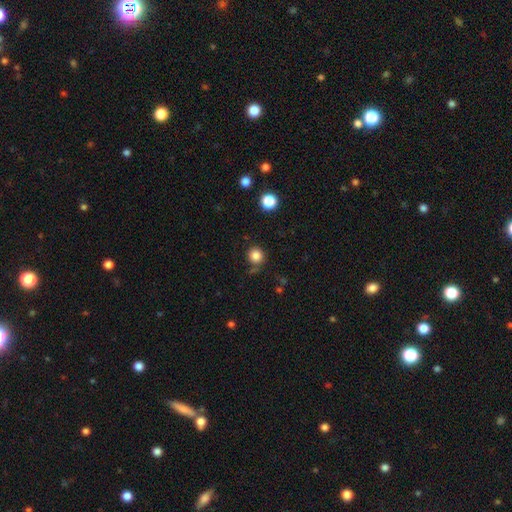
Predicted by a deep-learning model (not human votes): Overall: smooth (84%). How rounded: round (92%). Merging: none (81%).